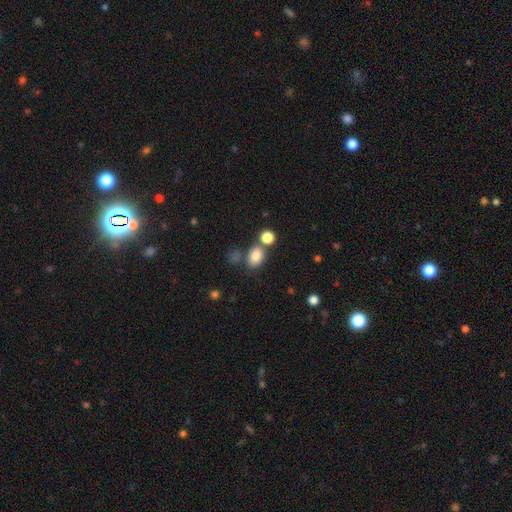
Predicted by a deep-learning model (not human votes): A smooth galaxy with no disk features (81%) that is in between round and cigar-shaped (68%). Merging: none (62%).